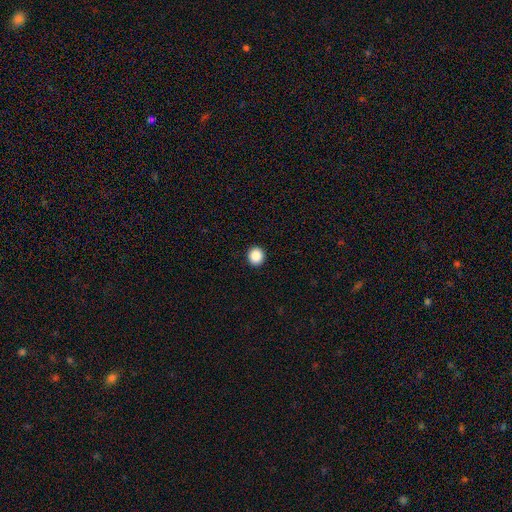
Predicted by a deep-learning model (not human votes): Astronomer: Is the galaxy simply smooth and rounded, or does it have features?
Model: smooth — 88%.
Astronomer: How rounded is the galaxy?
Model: round — 91%.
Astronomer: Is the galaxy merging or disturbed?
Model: none — 94%.